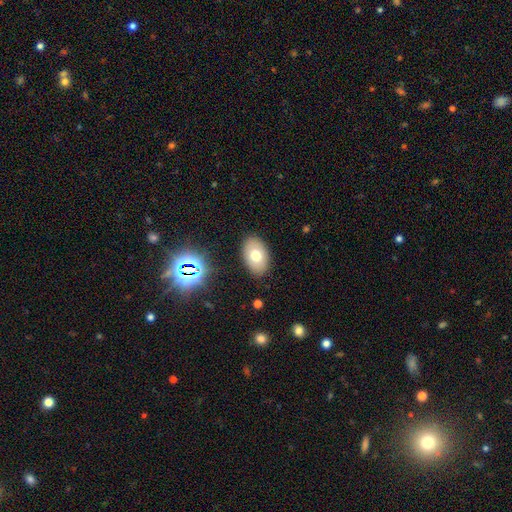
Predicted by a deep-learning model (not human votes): Morphology: type=smooth (71%); roundness=in between (89%); merging=none (87%).